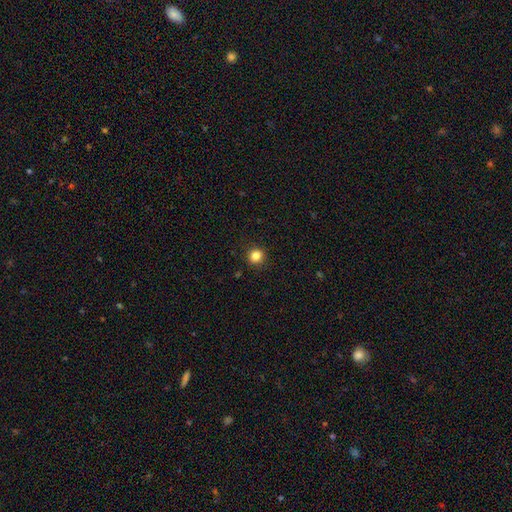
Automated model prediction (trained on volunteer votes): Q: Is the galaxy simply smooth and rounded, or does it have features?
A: smooth — 83%.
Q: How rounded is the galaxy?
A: round — 87%.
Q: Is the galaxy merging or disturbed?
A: none — 91%.